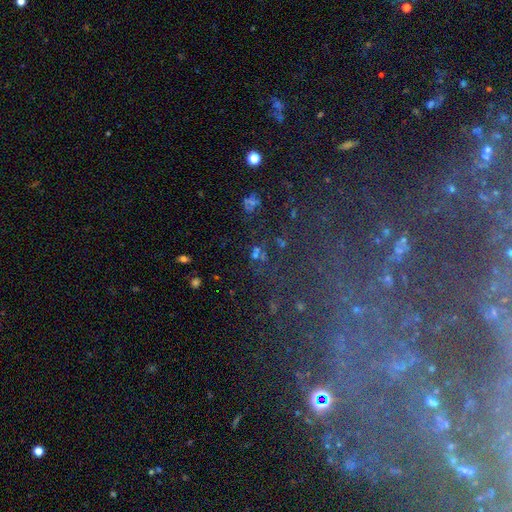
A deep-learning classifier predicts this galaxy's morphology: Q: Smooth or featured?
A: star or artifact (58%); runner-up: smooth (26%)